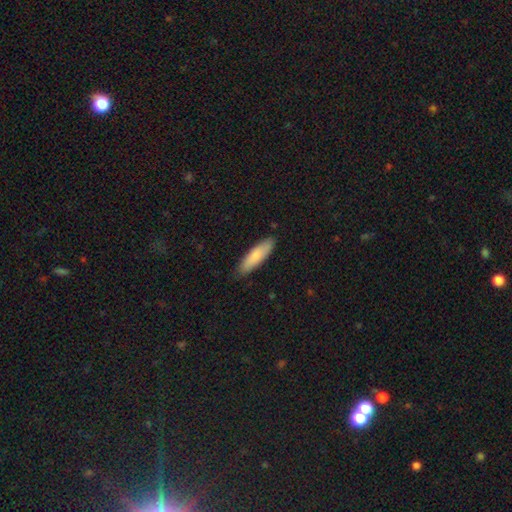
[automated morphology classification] smooth_or_featured: smooth (p=0.80) [alt: featured or disk p=0.14]
how_rounded: cigar-shaped (p=0.59) [alt: in between p=0.39]
merging: none (p=0.85) [alt: minor disturbance p=0.12]